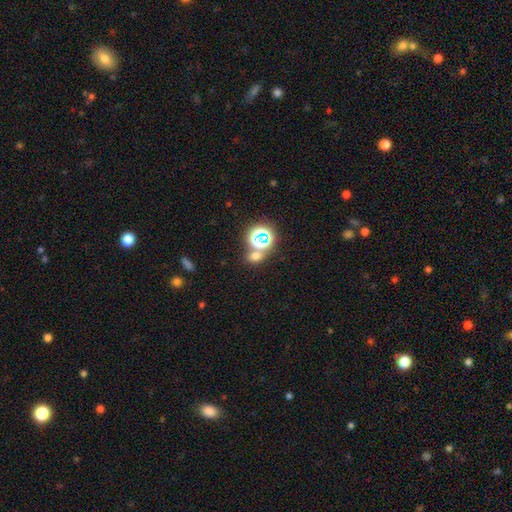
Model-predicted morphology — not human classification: This is possibly a smooth galaxy (58%). How rounded: likely round (61%). Merging: likely none (62%).